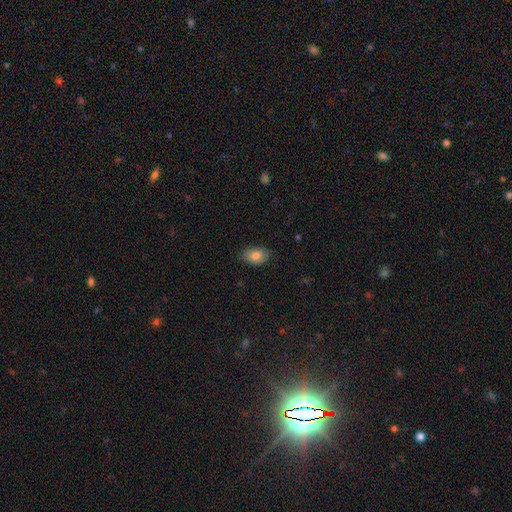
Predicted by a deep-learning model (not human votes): Smooth or featured? Predicted: smooth (p=0.83). How rounded? Predicted: in between (p=0.88). Merging? Predicted: none (p=0.81).